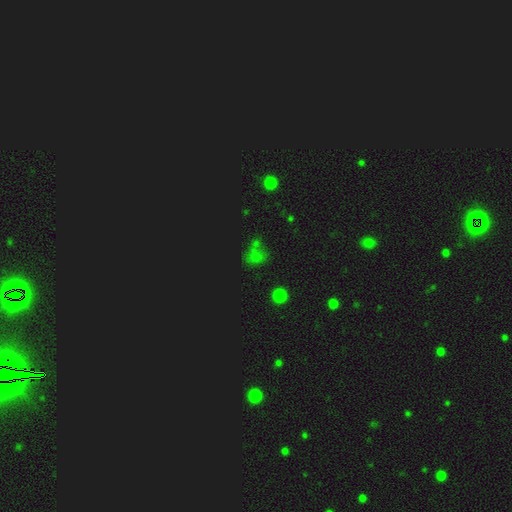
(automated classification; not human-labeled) Smooth or featured? Predicted: smooth (p=0.49). Merging? Predicted: none (p=0.48).